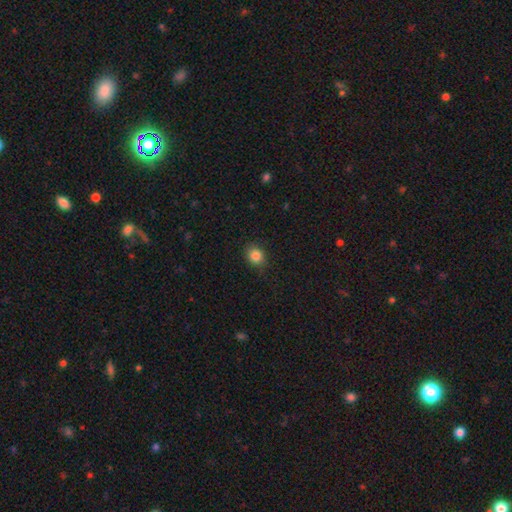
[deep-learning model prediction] A smooth galaxy with no disk features (85%) that is round (68%). Merging: none (86%).